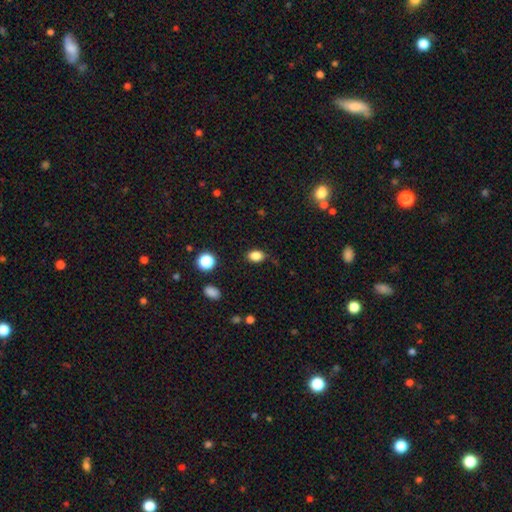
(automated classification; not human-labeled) Smooth or featured? smooth (85%)
How rounded? in between (78%)
Merging? none (83%)